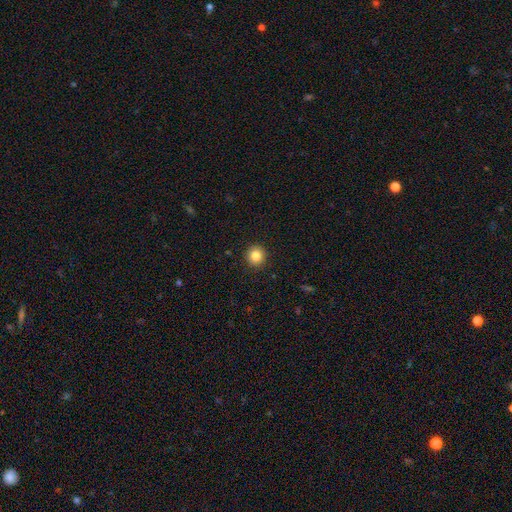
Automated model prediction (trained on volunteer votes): Smooth or featured?
  - smooth: 84% *
  - star or artifact: 11%
  - featured or disk: 5%
How rounded?
  - round: 93% *
  - in between: 6%
  - cigar-shaped: 1%
Merging?
  - none: 92% *
  - minor disturbance: 5%
  - major disturbance: 2%
  - merger: 1%